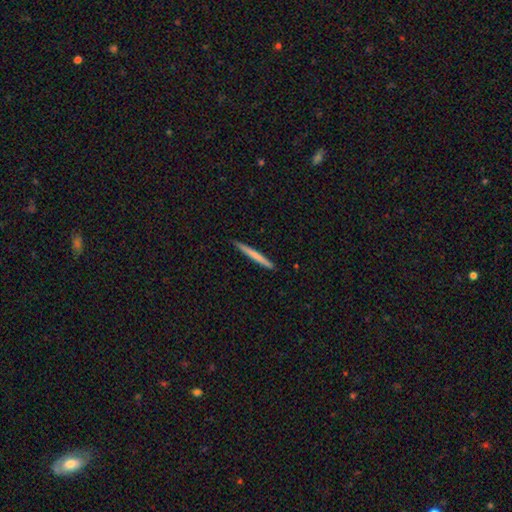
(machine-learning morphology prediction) Smooth or featured? smooth (64%)
How rounded? cigar-shaped (97%)
Merging? none (91%)